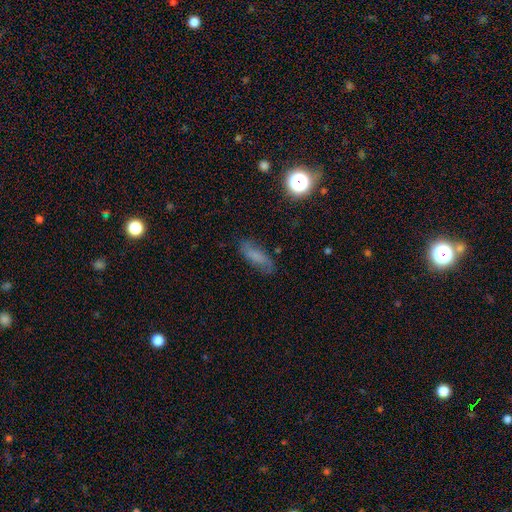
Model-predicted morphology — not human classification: smooth-or-featured: smooth: 61% | featured or disk: 26% | star or artifact: 13%
  how-rounded: in between: 60% | cigar-shaped: 36% | round: 4%
  merging: none: 75% | minor disturbance: 18% | major disturbance: 5% | merger: 2%